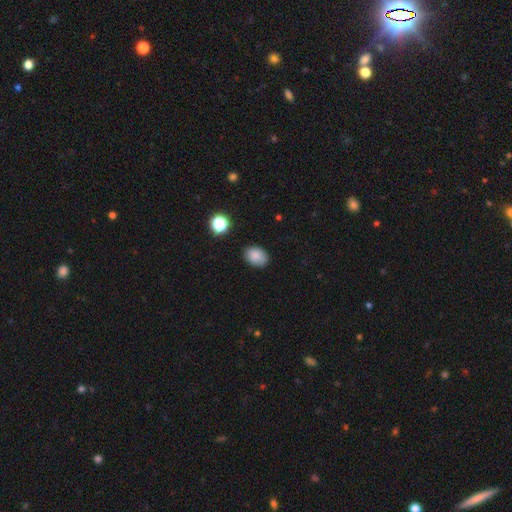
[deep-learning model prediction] This is clearly a smooth galaxy (84%). How rounded: likely in between (73%). Merging: clearly none (80%).